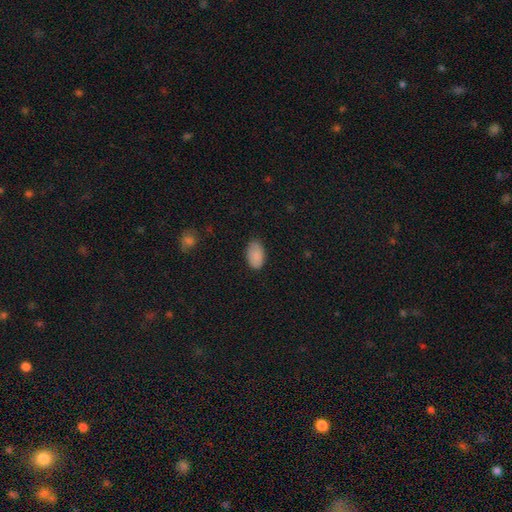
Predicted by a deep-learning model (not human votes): Overall: smooth (88%). How rounded: in between (93%). Merging: none (80%).